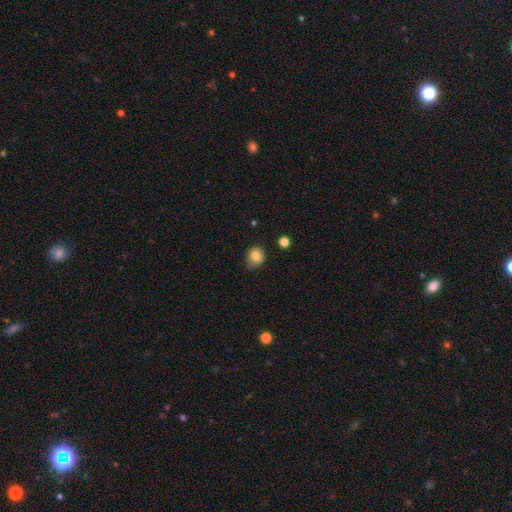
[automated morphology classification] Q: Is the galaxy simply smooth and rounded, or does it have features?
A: smooth — 79%.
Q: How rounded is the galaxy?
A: round — 64%.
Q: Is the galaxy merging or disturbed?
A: none — 66%.